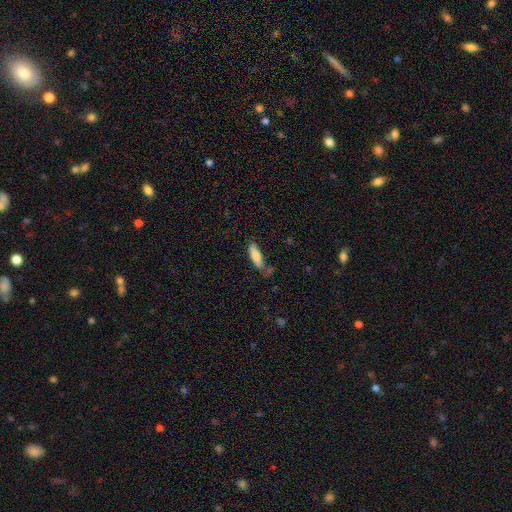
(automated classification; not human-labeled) smooth-or-featured: smooth: 81% | featured or disk: 13% | star or artifact: 6%
  how-rounded: cigar-shaped: 50% | in between: 48% | round: 2%
  merging: none: 68% | minor disturbance: 20% | merger: 7% | major disturbance: 5%